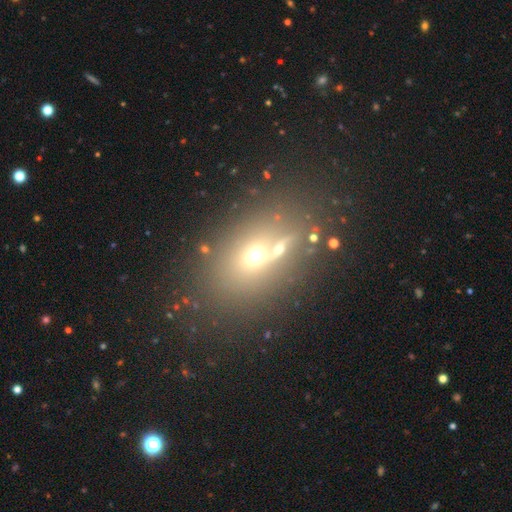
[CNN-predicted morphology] This appears to be a smooth galaxy with no disk features (49%). Merging: none (54%).